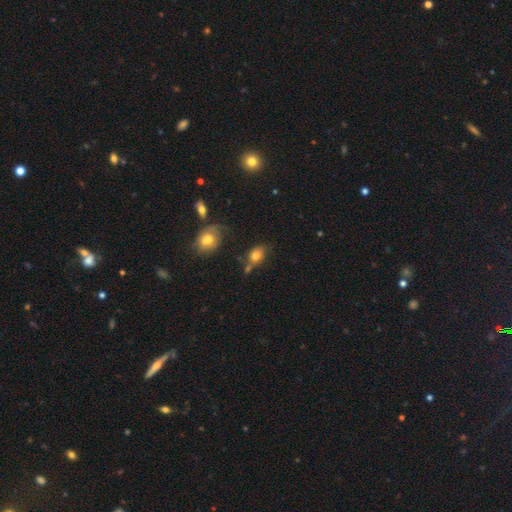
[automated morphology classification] smooth-or-featured: smooth: 79% | featured or disk: 11% | star or artifact: 10%
  how-rounded: in between: 73% | round: 25% | cigar-shaped: 2%
  merging: none: 53% | minor disturbance: 22% | merger: 17% | major disturbance: 8%